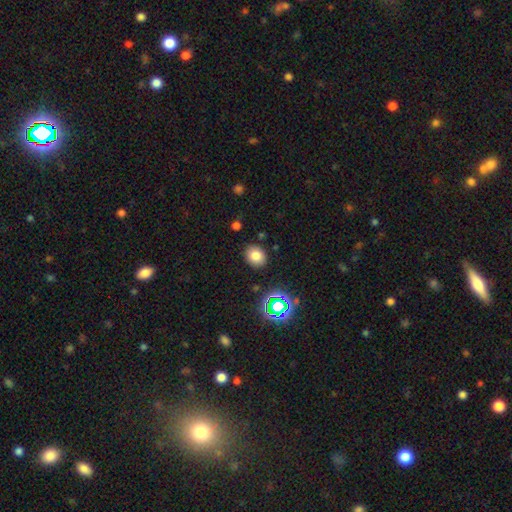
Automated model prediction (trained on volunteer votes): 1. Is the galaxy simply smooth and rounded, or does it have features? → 76% smooth, 16% star or artifact, 8% featured or disk.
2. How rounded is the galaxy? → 53% round, 46% in between, 1% cigar-shaped.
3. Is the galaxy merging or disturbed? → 87% none, 9% minor disturbance, 3% major disturbance, 2% merger.